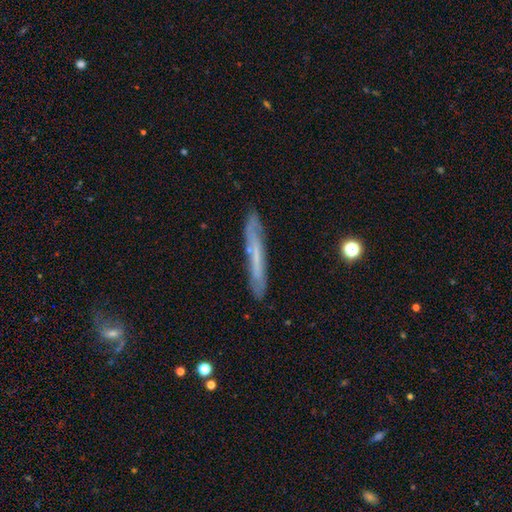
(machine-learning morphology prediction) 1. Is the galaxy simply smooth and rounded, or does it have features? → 53% featured or disk, 39% smooth, 8% star or artifact.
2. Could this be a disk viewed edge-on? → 73% yes, 27% no.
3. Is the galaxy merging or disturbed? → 80% none, 15% minor disturbance, 4% major disturbance, 2% merger.